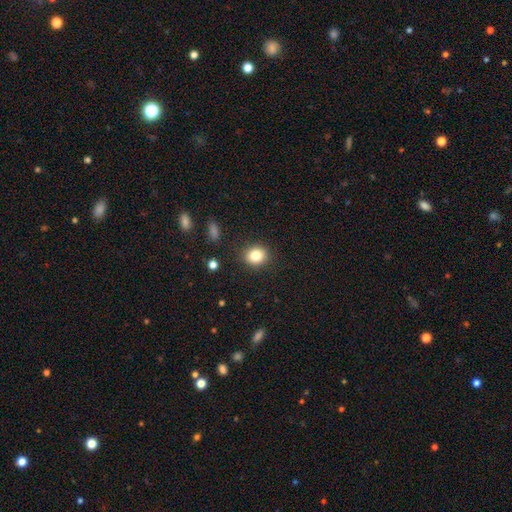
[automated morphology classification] smooth-or-featured: smooth: 82% | star or artifact: 11% | featured or disk: 7%
  how-rounded: round: 68% | in between: 31% | cigar-shaped: 1%
  merging: none: 88% | minor disturbance: 8% | major disturbance: 3% | merger: 1%